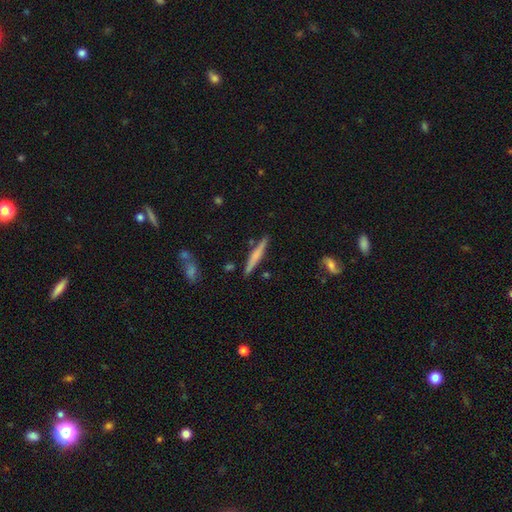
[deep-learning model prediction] A smooth galaxy with no disk features (55%) that is cigar-shaped (94%). Merging: none (87%).